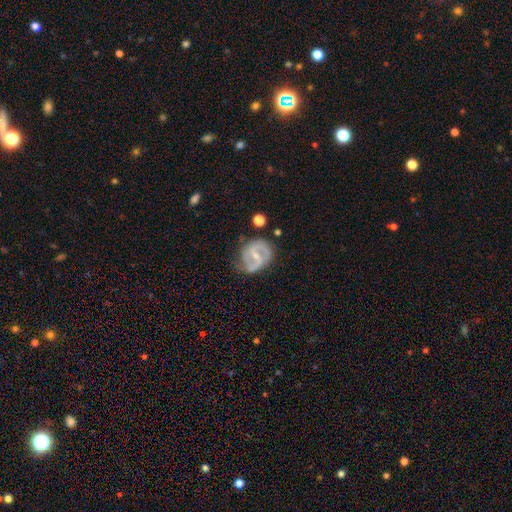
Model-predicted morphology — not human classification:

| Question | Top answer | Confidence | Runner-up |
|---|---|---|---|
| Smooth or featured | featured or disk | 84% | smooth (11%) |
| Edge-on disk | no | 98% | yes (2%) |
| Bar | weak | 49% | strong (34%) |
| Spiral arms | yes | 93% | no (7%) |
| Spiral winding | medium | 51% | tight (26%) |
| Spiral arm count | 2 | 86% | can't tell (6%) |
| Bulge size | small | 64% | moderate (28%) |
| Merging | none | 64% | minor disturbance (24%) |